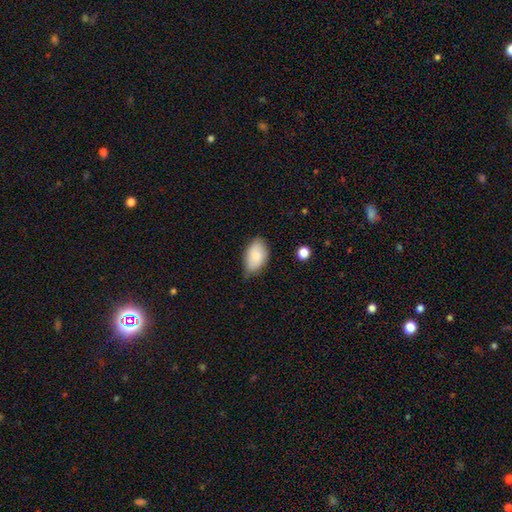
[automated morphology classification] A smooth galaxy with no disk features (79%) that is in between round and cigar-shaped (92%). Merging: none (67%).